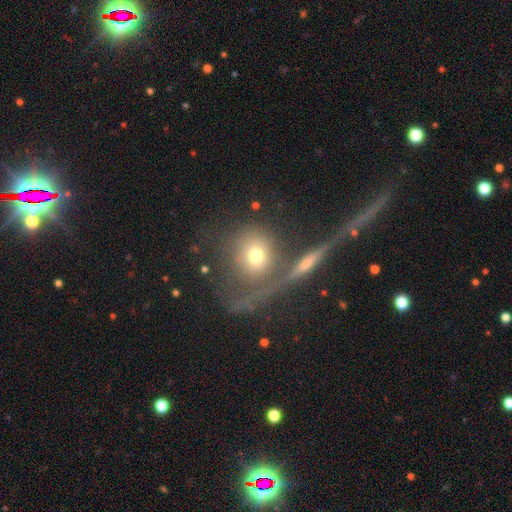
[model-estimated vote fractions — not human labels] A smooth galaxy with no disk features (64%) that is round (81%). Merging: none (46%).